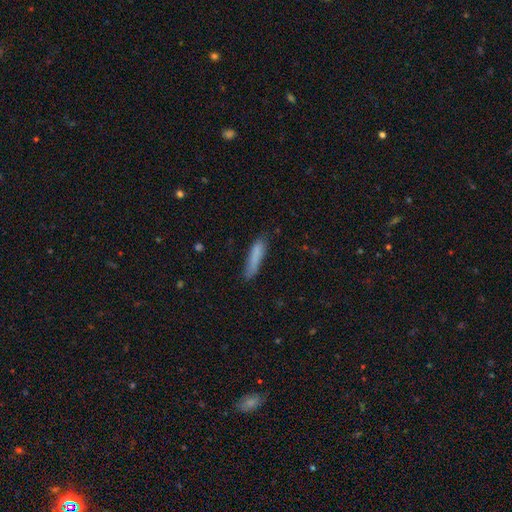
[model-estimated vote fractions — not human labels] This appears to be a smooth galaxy with no disk features (82%) that is cigar-shaped (84%). Merging: none (71%).